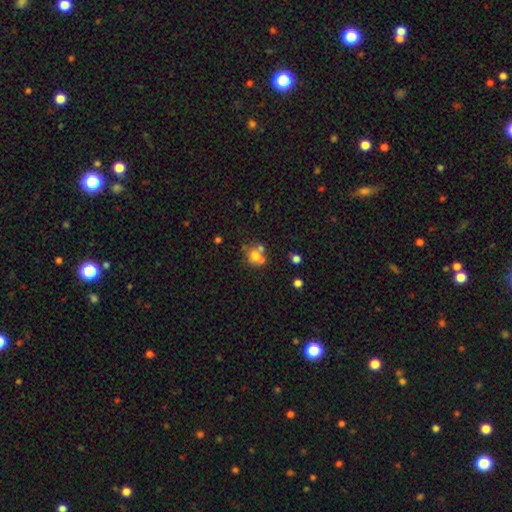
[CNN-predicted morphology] A smooth galaxy with no disk features (65%) that is round (80%).

Vote fractions:
- Smooth or featured? smooth: 65% / featured or disk: 21% / star or artifact: 14%
- How rounded? round: 80% / in between: 19% / cigar-shaped: 1%
- Merging? none: 46% / merger: 37% / minor disturbance: 11% / major disturbance: 6%